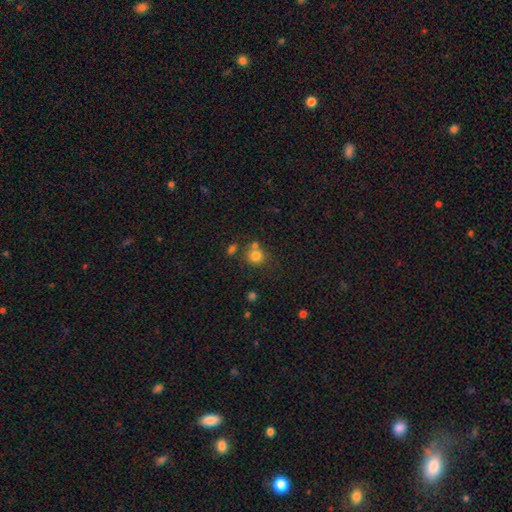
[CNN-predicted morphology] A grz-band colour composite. It shows a smooth galaxy with no disk features (78%) that is round (87%). Merging: none (61%).